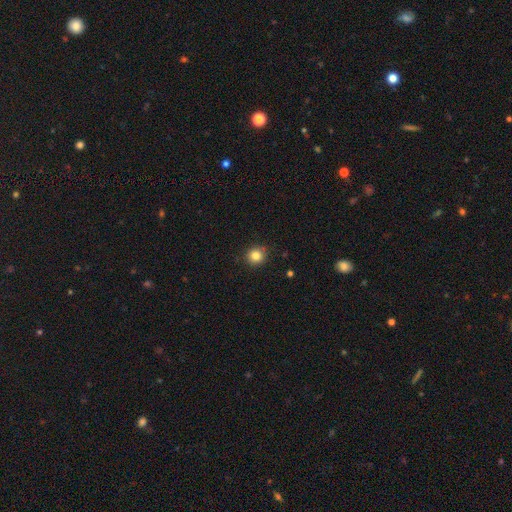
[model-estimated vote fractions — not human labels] Smooth or featured: smooth — 83% (star or artifact — 12%)
How rounded: round — 93% (in between — 6%)
Merging: none — 90% (minor disturbance — 7%)